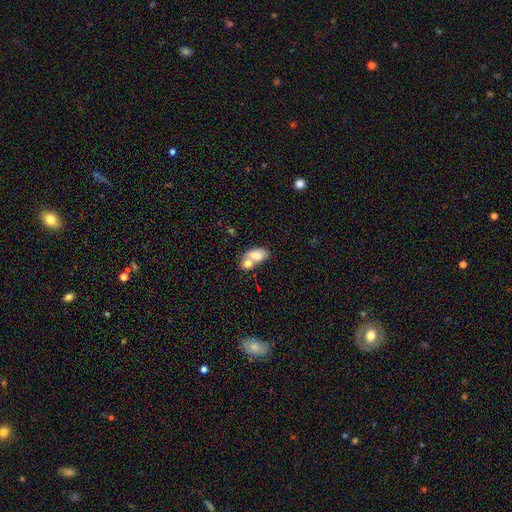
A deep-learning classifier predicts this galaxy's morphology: Q: Smooth or featured?
A: smooth (74%); runner-up: featured or disk (19%)
Q: How rounded?
A: in between (88%); runner-up: round (9%)
Q: Merging?
A: merger (65%); runner-up: none (21%)